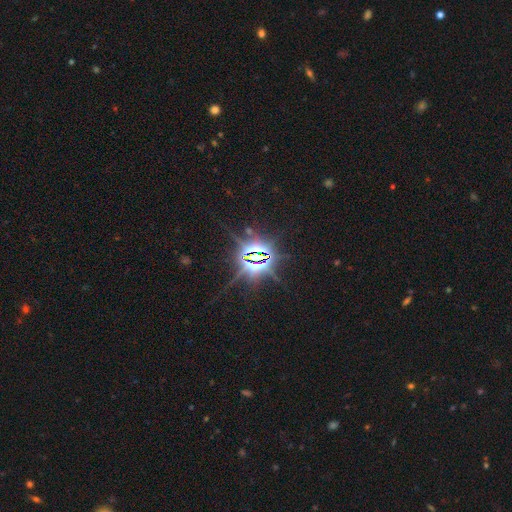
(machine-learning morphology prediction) A star or artifact, not a galaxy (85%).

Vote fractions:
- Smooth or featured? star or artifact: 85% / smooth: 8% / featured or disk: 7%